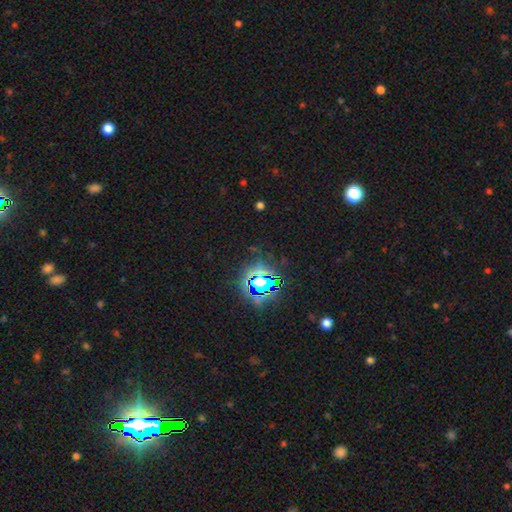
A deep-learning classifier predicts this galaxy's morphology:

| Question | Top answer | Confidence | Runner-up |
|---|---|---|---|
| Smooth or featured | star or artifact | 78% | smooth (14%) |